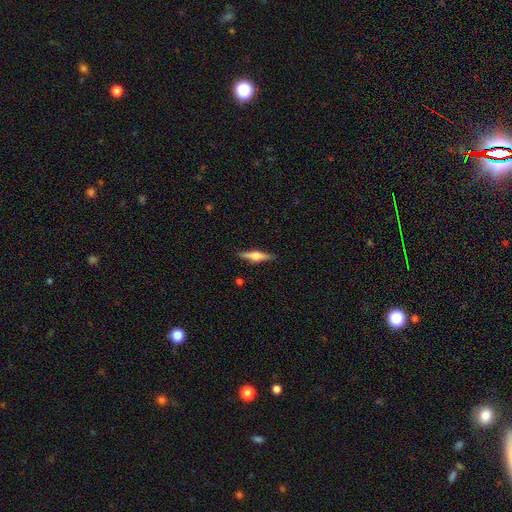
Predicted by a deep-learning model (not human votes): smooth-or-featured: featured or disk: 67% | smooth: 27% | star or artifact: 6%
  disk-edge-on: yes: 97% | no: 3%
    edge-on-bulge: rounded: 93% | boxy: 5% | none: 2%
  merging: none: 90% | minor disturbance: 7% | major disturbance: 2% | merger: 1%